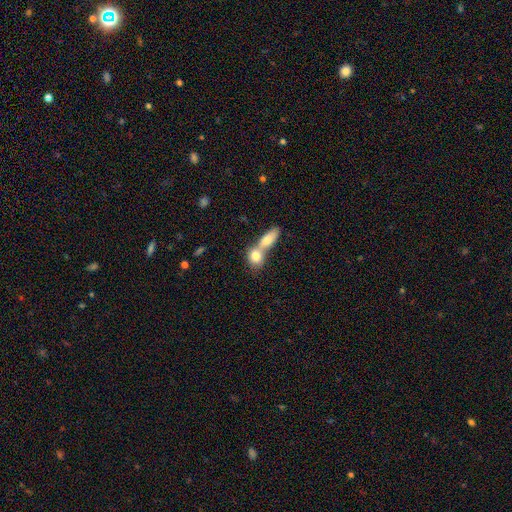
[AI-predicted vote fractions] Smooth or featured: smooth — 78% (featured or disk — 15%)
How rounded: in between — 53% (round — 40%)
Merging: merger — 70% (none — 22%)